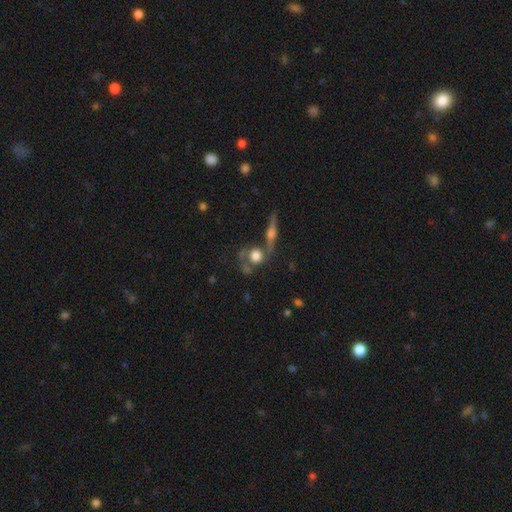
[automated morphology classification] Smooth or featured? smooth (47%)
Merging? none (49%)